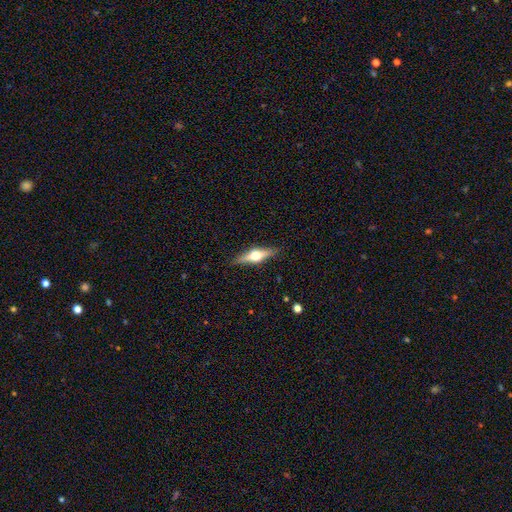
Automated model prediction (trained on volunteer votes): Smooth or featured? featured or disk (69%)
Edge-on disk? yes (96%)
Edge-on bulge? rounded (95%)
Merging? none (89%)